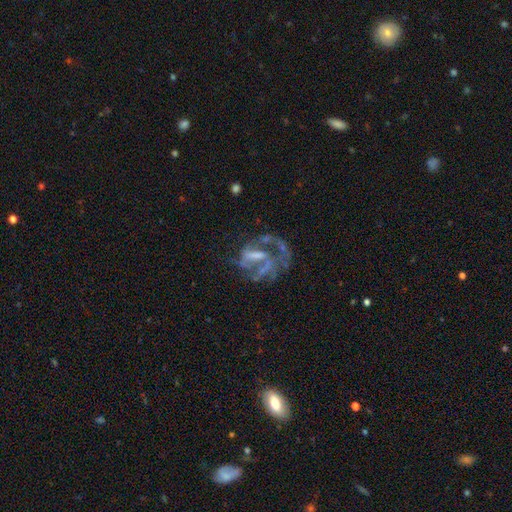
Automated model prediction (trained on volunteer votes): Smooth or featured? featured or disk (76%)
Edge-on disk? no (97%)
Bar? weak (38%)
Spiral arms? yes (70%)
Spiral winding? medium (43%)
Spiral arm count? 2 (34%)
Bulge size? none (39%)
Merging? major disturbance (40%)